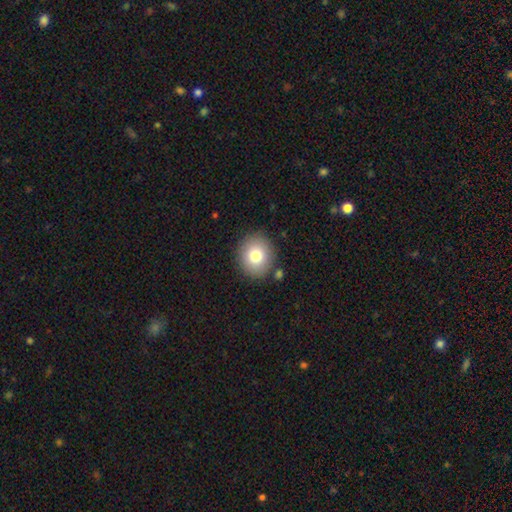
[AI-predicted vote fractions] smooth_or_featured: smooth (p=0.78) [alt: featured or disk p=0.11]
how_rounded: round (p=0.80) [alt: in between p=0.19]
merging: none (p=0.86) [alt: minor disturbance p=0.08]